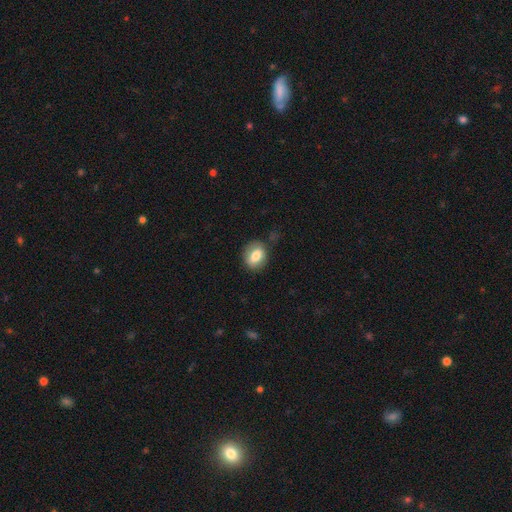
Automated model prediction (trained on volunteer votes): A smooth galaxy with no disk features (76%) that is in between round and cigar-shaped (57%).

Vote fractions:
- Smooth or featured? smooth: 76% / featured or disk: 16% / star or artifact: 8%
- How rounded? in between: 57% / round: 41% / cigar-shaped: 2%
- Merging? none: 77% / minor disturbance: 16% / major disturbance: 4% / merger: 3%